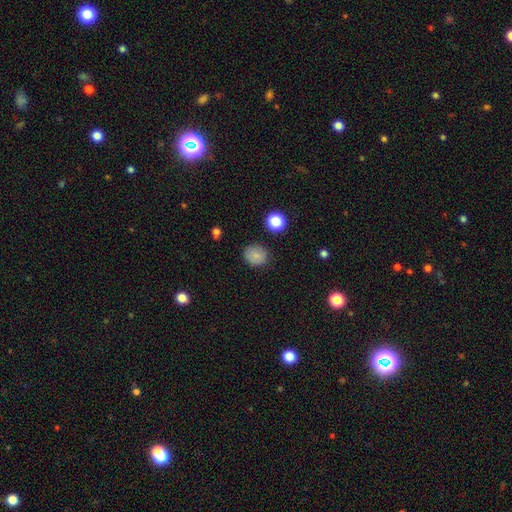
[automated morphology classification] type=smooth (82%); roundness=round (74%); merging=none (84%).